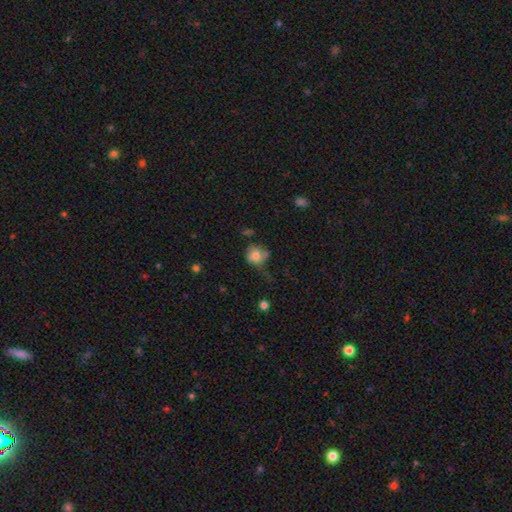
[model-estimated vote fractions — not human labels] This appears to be a smooth galaxy with no disk features (71%) that is round (75%). Merging: none (44%).